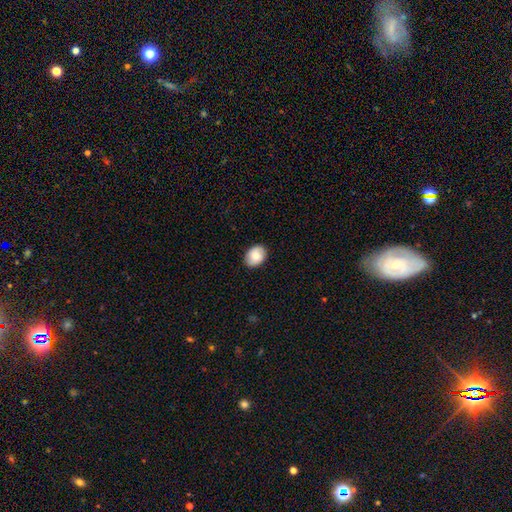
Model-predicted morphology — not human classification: The model was most divided on "how rounded": in between: 62%, round: 37%, cigar-shaped: 1%. More confident: merging — none (86%); smooth or featured — smooth (77%).